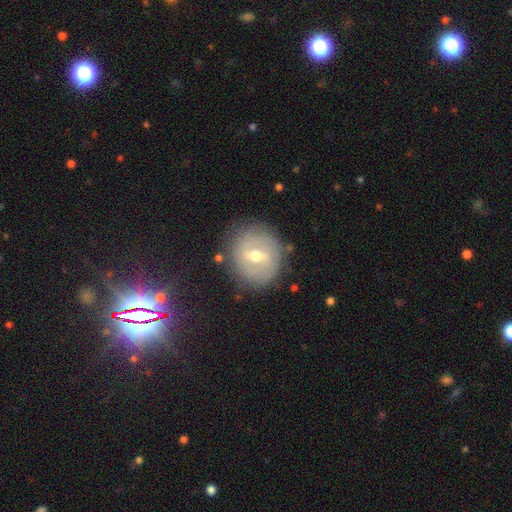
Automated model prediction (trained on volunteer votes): Q: Smooth or featured?
A: featured or disk (64%); runner-up: smooth (26%)
Q: Edge-on disk?
A: no (93%); runner-up: yes (7%)
Q: Bar?
A: weak (53%); runner-up: strong (33%)
Q: Spiral arms?
A: yes (56%); runner-up: no (44%)
Q: Bulge size?
A: moderate (67%); runner-up: small (28%)
Q: Merging?
A: none (81%); runner-up: minor disturbance (13%)